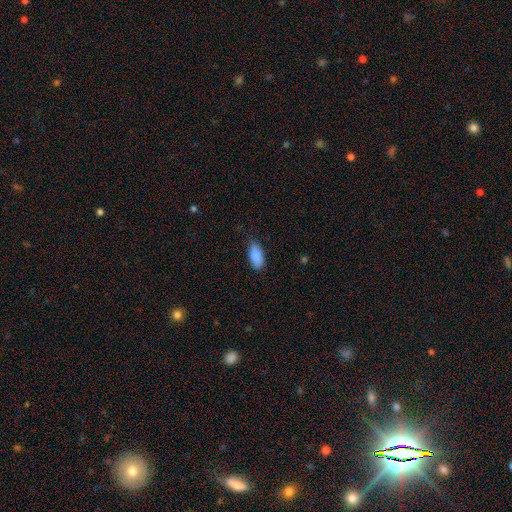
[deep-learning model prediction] Morphology: type=smooth (84%); roundness=in between (89%); merging=none (69%).